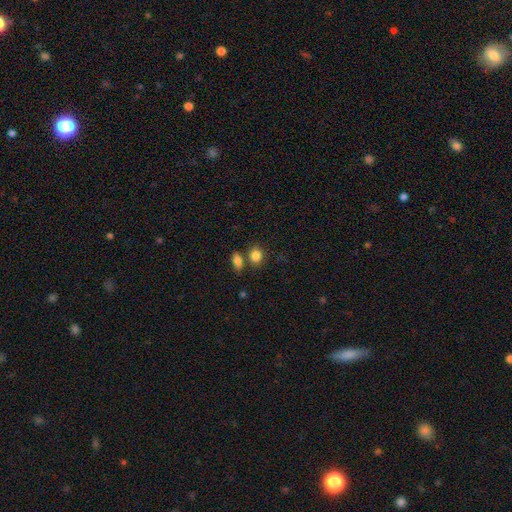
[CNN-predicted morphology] This appears to be a smooth galaxy with no disk features (85%) that is round (52%). Merging: none (64%).